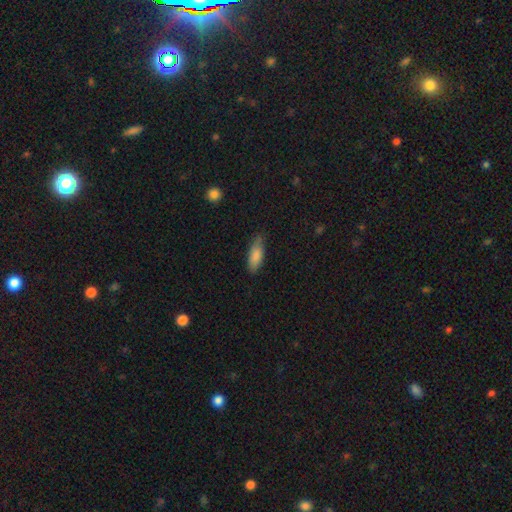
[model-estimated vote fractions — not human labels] This is clearly a smooth galaxy (85%). How rounded: likely in between (70%). Merging: likely none (74%).